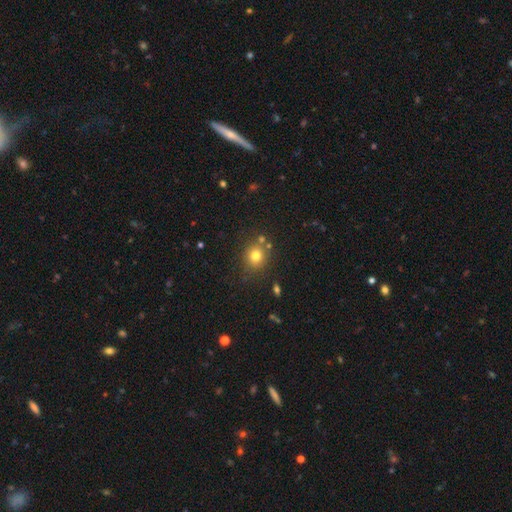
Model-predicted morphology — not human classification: Smooth or featured?
  - smooth: 77% *
  - star or artifact: 14%
  - featured or disk: 9%
How rounded?
  - round: 82% *
  - in between: 17%
  - cigar-shaped: 1%
Merging?
  - none: 77% *
  - minor disturbance: 11%
  - merger: 9%
  - major disturbance: 4%